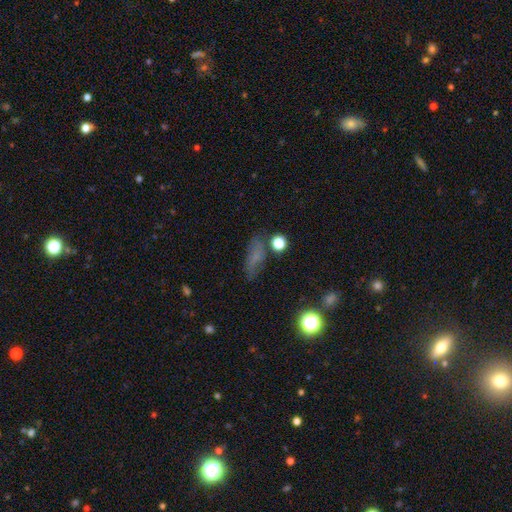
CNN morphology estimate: Smooth or featured?
  - smooth: 58% *
  - featured or disk: 21%
  - star or artifact: 20%
How rounded?
  - in between: 56% *
  - cigar-shaped: 33%
  - round: 11%
Merging?
  - none: 64% *
  - minor disturbance: 21%
  - major disturbance: 10%
  - merger: 5%